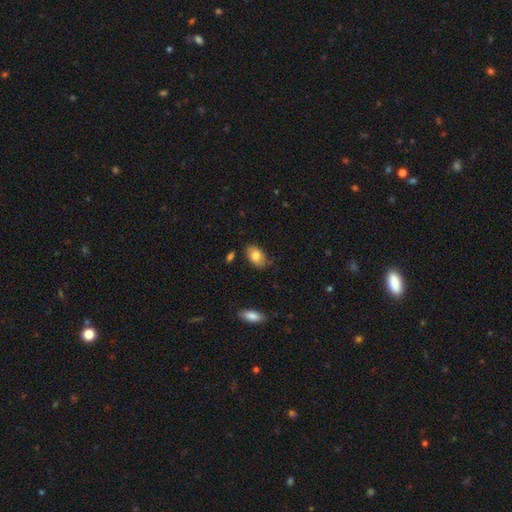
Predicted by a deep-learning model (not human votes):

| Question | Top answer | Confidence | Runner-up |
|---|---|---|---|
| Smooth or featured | smooth | 81% | featured or disk (12%) |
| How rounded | in between | 91% | round (7%) |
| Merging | none | 73% | minor disturbance (21%) |